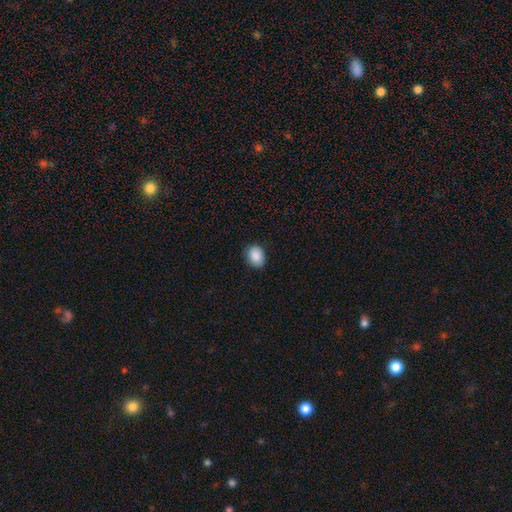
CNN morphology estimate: Smooth or featured?
  - smooth: 89% *
  - star or artifact: 8%
  - featured or disk: 4%
How rounded?
  - in between: 54% *
  - round: 45%
  - cigar-shaped: 1%
Merging?
  - none: 86% *
  - minor disturbance: 11%
  - major disturbance: 2%
  - merger: 1%